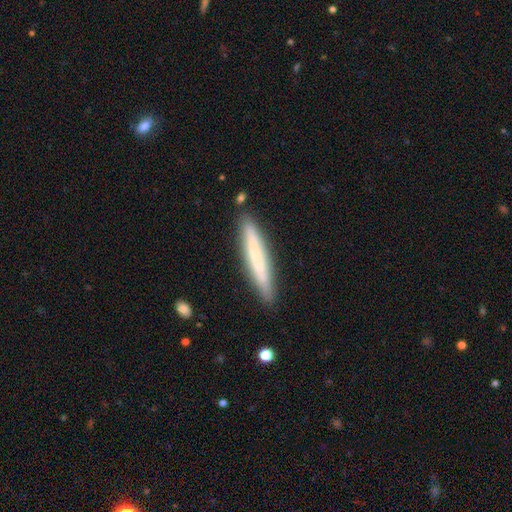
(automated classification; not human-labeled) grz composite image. It shows a smooth galaxy with no disk features (52%) that is cigar-shaped (93%). Merging: none (84%).